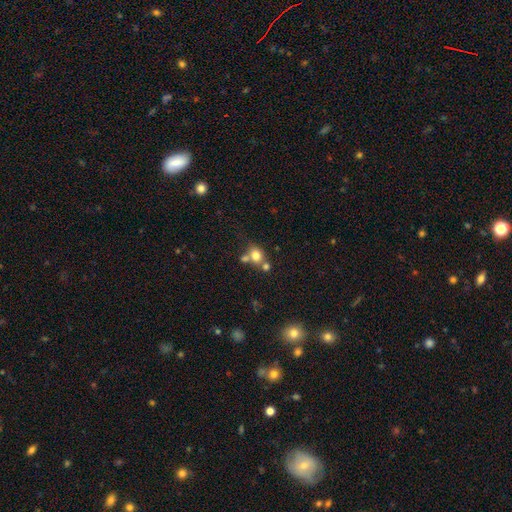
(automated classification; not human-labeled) This is likely a smooth galaxy (75%). How rounded: possibly round (59%). Merging: possibly none (47%).